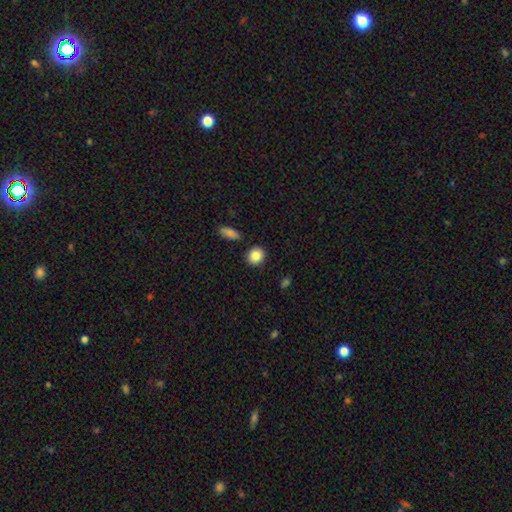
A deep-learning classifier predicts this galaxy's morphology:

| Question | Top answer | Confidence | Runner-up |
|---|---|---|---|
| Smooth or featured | smooth | 87% | star or artifact (8%) |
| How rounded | round | 82% | in between (16%) |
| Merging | none | 88% | minor disturbance (7%) |